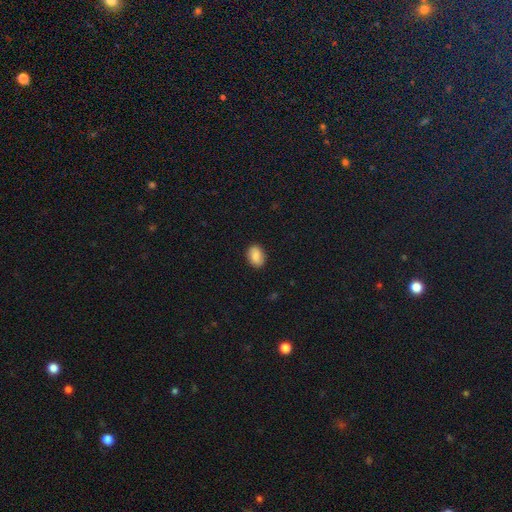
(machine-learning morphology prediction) Smooth or featured? Predicted: smooth (p=0.85). How rounded? Predicted: in between (p=0.78). Merging? Predicted: none (p=0.87).